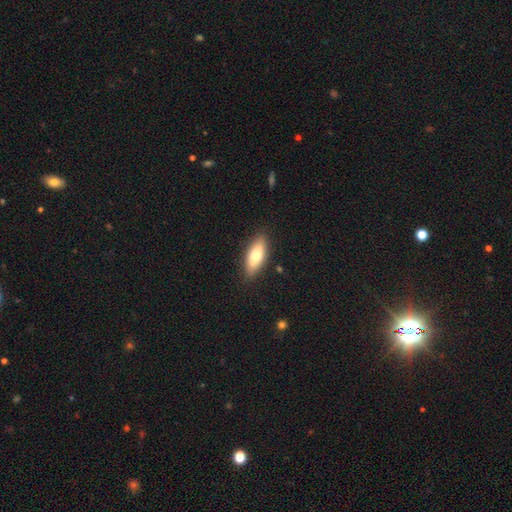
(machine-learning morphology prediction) Smooth or featured: smooth — 73% (featured or disk — 21%)
How rounded: in between — 73% (cigar-shaped — 25%)
Merging: none — 87% (minor disturbance — 10%)